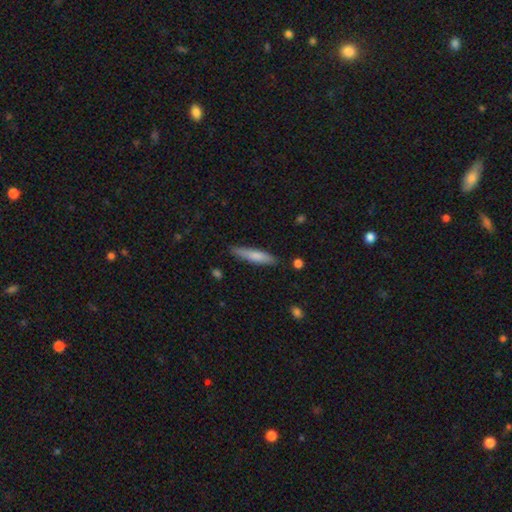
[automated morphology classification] Smooth or featured?
  - smooth: 75% *
  - featured or disk: 19%
  - star or artifact: 6%
How rounded?
  - cigar-shaped: 84% *
  - in between: 15%
  - round: 1%
Merging?
  - none: 82% *
  - minor disturbance: 14%
  - major disturbance: 2%
  - merger: 2%